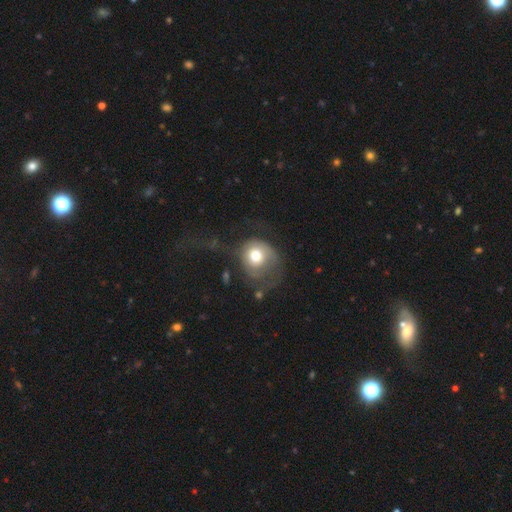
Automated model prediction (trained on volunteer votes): Smooth or featured? smooth (62%)
How rounded? round (72%)
Merging? major disturbance (49%)